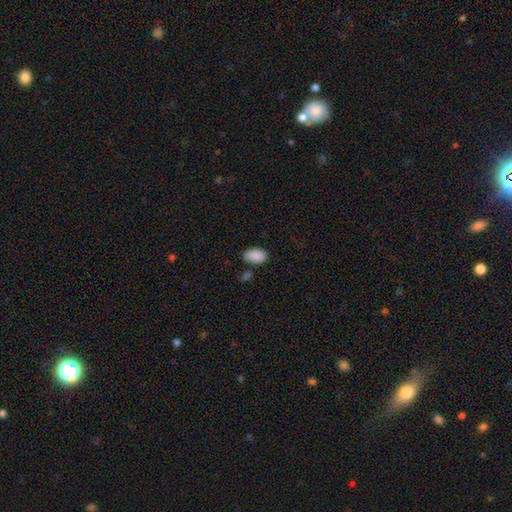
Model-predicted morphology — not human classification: smooth-or-featured: smooth: 90% | star or artifact: 7% | featured or disk: 3%
  how-rounded: in between: 93% | round: 6% | cigar-shaped: 1%
  merging: none: 77% | minor disturbance: 14% | merger: 6% | major disturbance: 3%